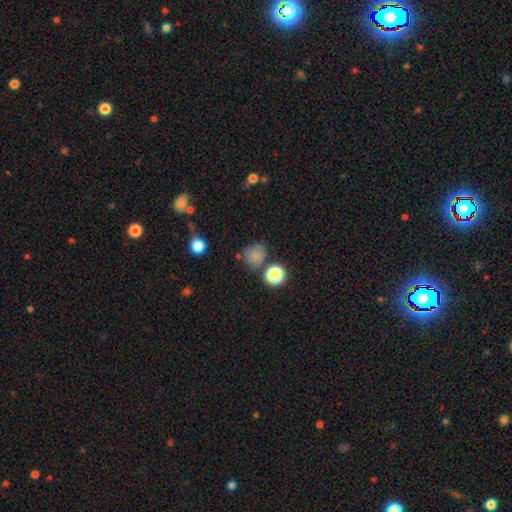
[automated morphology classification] smooth-or-featured: smooth: 76% | star or artifact: 17% | featured or disk: 7%
  how-rounded: round: 73% | in between: 26% | cigar-shaped: 1%
  merging: none: 65% | minor disturbance: 18% | merger: 11% | major disturbance: 6%